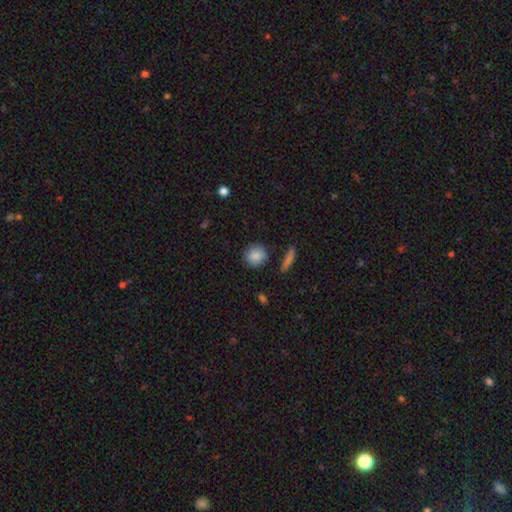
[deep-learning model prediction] smooth 87%, star or artifact 8%, featured or disk 6%. Down the decision tree: how rounded — round (85%); merging — none (87%).